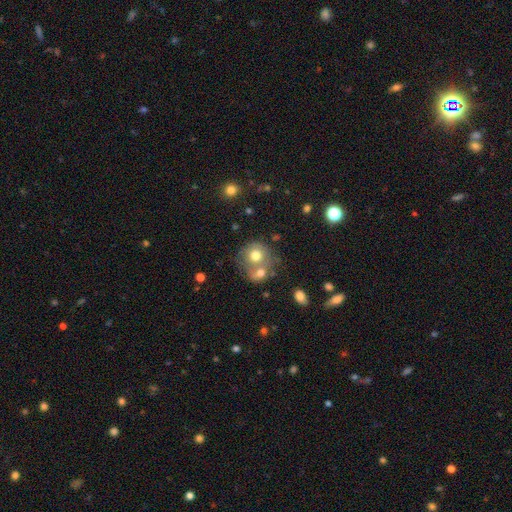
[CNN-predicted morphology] smooth 70%, featured or disk 21%, star or artifact 9%. Down the decision tree: how rounded — round (79%); merging — merger (50%).